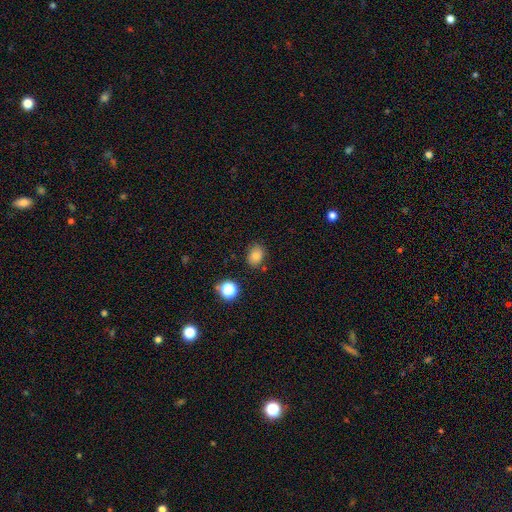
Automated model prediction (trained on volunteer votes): This appears to be a smooth galaxy with no disk features (80%) that is in between round and cigar-shaped (58%). Merging: none (79%).